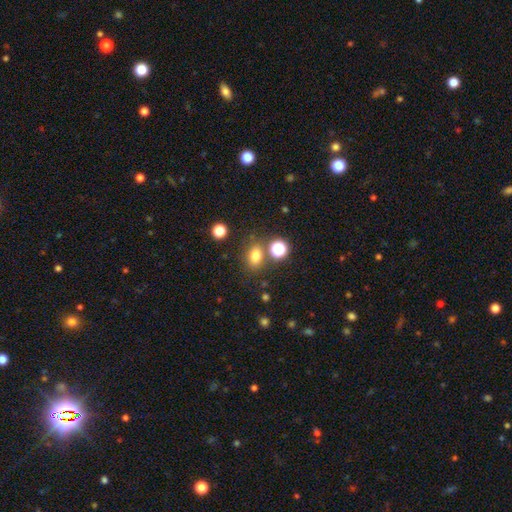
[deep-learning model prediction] Smooth or featured?
  - smooth: 76% *
  - star or artifact: 16%
  - featured or disk: 8%
How rounded?
  - in between: 64% *
  - round: 34%
  - cigar-shaped: 2%
Merging?
  - none: 73% *
  - merger: 12%
  - minor disturbance: 12%
  - major disturbance: 4%